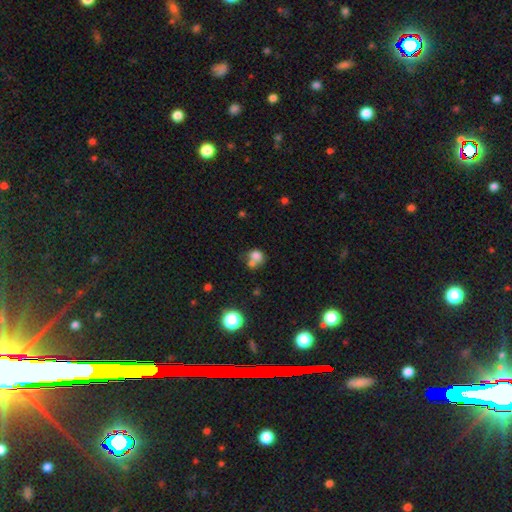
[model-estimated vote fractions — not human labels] This appears to be a smooth galaxy with no disk features (73%) that is round (66%). Merging: merger (49%).